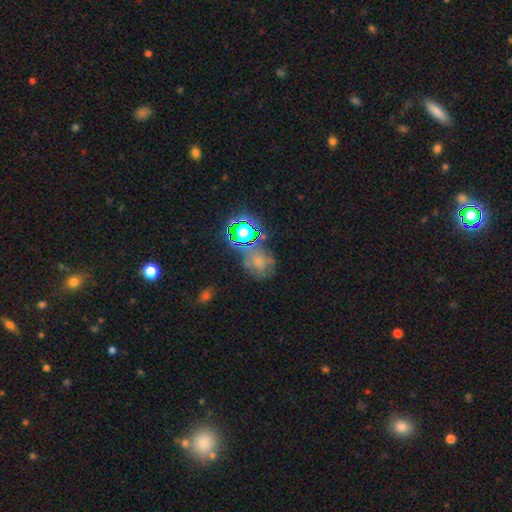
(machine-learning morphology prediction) Smooth or featured? Predicted: star or artifact (p=0.63).